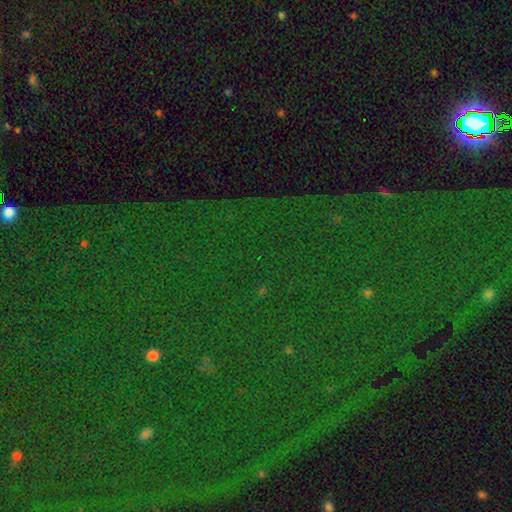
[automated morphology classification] A star or artifact, not a galaxy (81%).

Vote fractions:
- Smooth or featured? star or artifact: 81% / smooth: 10% / featured or disk: 9%